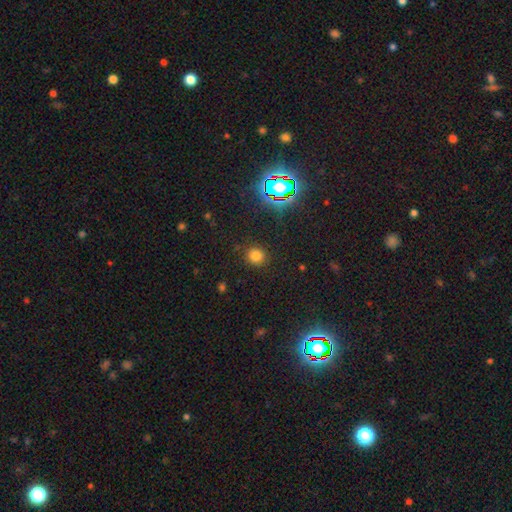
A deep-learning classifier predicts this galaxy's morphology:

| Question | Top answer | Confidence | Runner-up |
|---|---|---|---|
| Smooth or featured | smooth | 75% | star or artifact (20%) |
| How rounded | round | 87% | in between (11%) |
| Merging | none | 89% | minor disturbance (7%) |